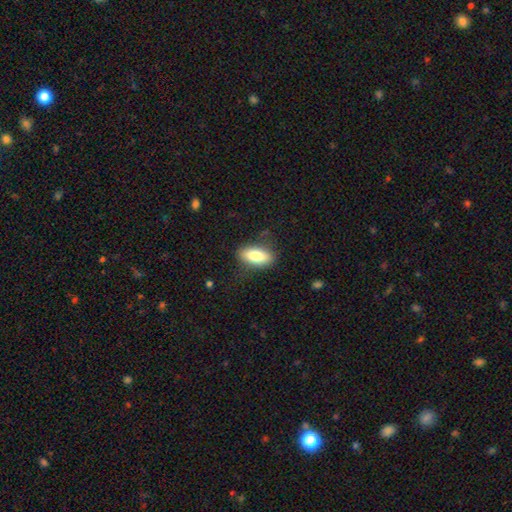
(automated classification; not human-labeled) Smooth or featured? smooth (77%)
How rounded? in between (83%)
Merging? none (78%)